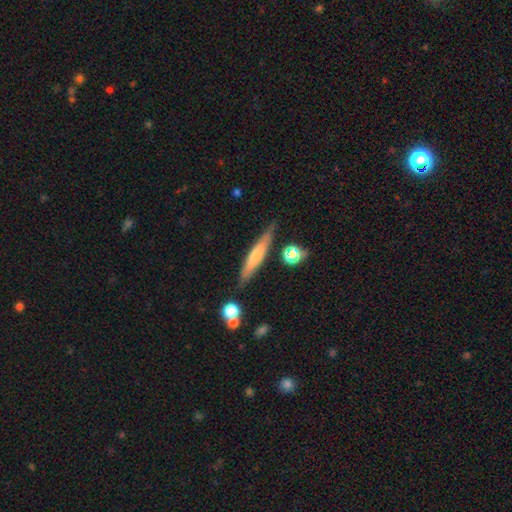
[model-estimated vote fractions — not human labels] Smooth or featured?
  - smooth: 58% *
  - featured or disk: 35%
  - star or artifact: 7%
How rounded?
  - cigar-shaped: 90% *
  - in between: 8%
  - round: 2%
Merging?
  - none: 81% *
  - minor disturbance: 13%
  - merger: 4%
  - major disturbance: 3%